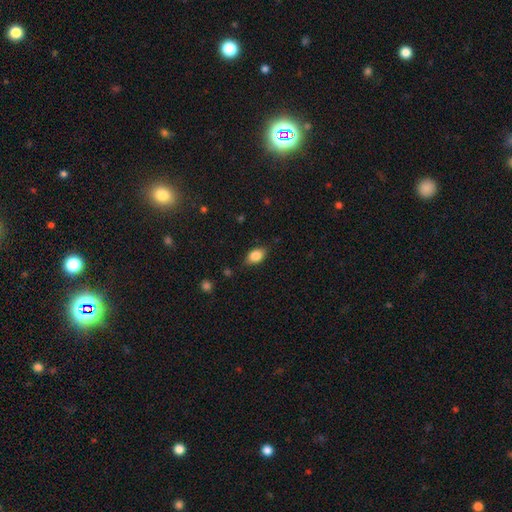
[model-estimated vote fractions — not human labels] Q: Smooth or featured?
A: smooth (85%); runner-up: star or artifact (8%)
Q: How rounded?
A: in between (88%); runner-up: round (9%)
Q: Merging?
A: none (82%); runner-up: minor disturbance (14%)